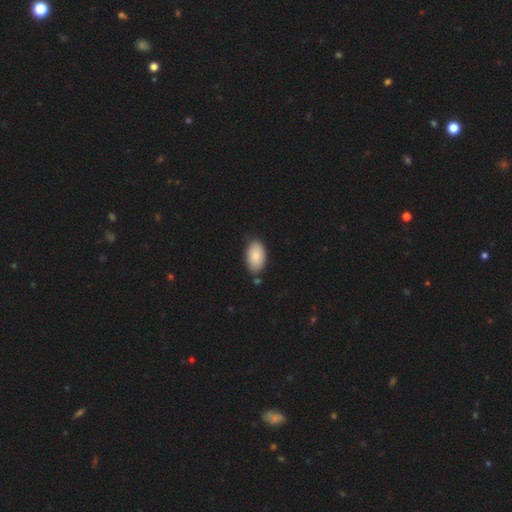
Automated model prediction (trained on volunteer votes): Smooth or featured: smooth — 87% (featured or disk — 7%)
How rounded: in between — 95% (round — 3%)
Merging: none — 82% (minor disturbance — 12%)